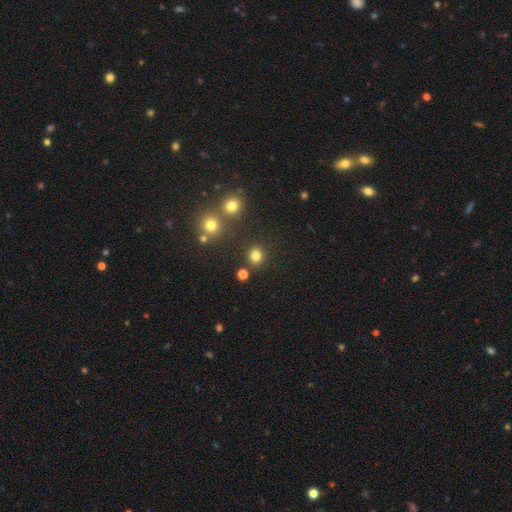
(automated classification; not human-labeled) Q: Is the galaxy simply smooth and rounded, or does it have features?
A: smooth — 80%.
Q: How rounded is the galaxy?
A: round — 86%.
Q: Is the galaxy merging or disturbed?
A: none — 86%.